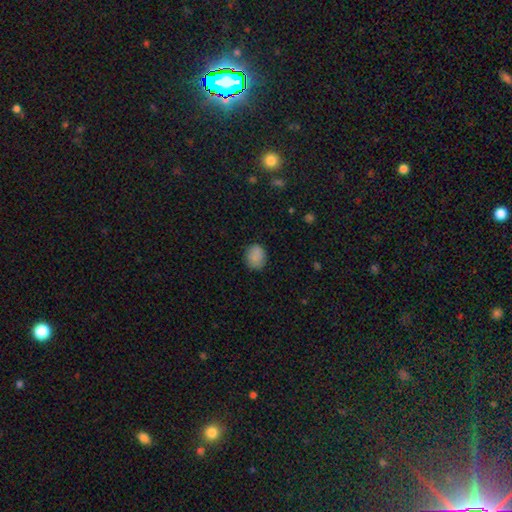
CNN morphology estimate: Smooth or featured: smooth — 87% (star or artifact — 9%)
How rounded: round — 51% (in between — 48%)
Merging: none — 84% (minor disturbance — 12%)